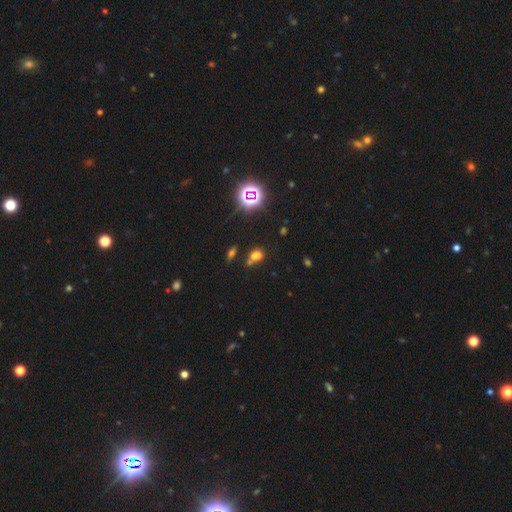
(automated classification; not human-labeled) Smooth or featured? Predicted: smooth (p=0.61). How rounded? Predicted: in between (p=0.56). Merging? Predicted: none (p=0.49).